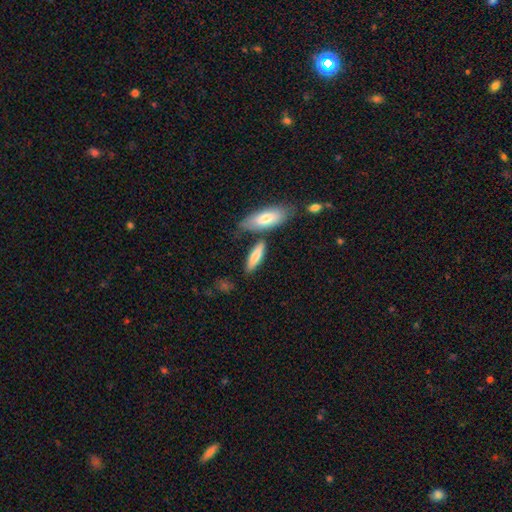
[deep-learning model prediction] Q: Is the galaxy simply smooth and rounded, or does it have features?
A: smooth — 77%.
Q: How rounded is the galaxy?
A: cigar-shaped — 56%.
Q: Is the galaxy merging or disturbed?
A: none — 65%.